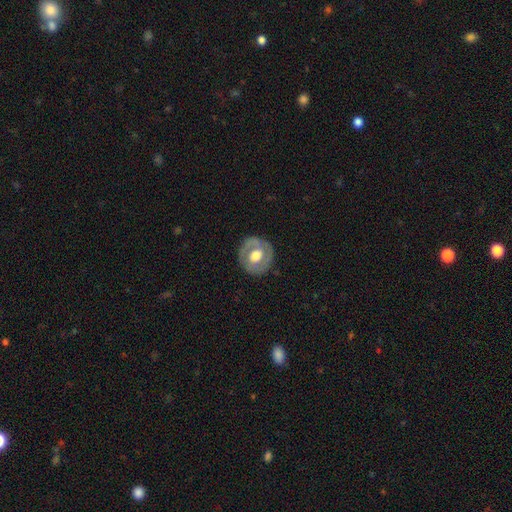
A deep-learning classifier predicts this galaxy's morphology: This is possibly a featured or disk galaxy (58%). It is clearly not viewed edge-on (95%). Bar: likely no (64%). Spiral arm pattern: likely no (66%). Central bulge: possibly moderate (51%). Merging: clearly none (81%).